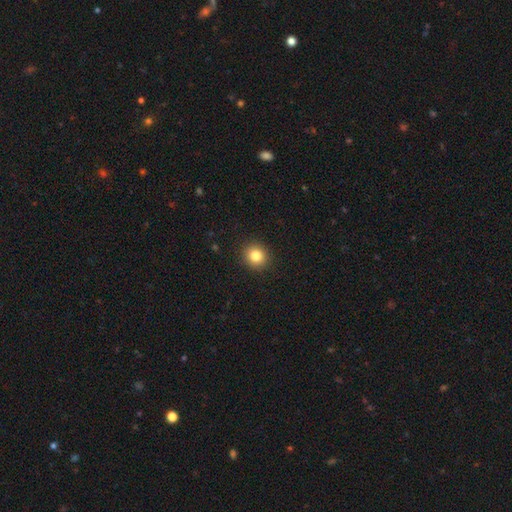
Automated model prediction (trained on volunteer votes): smooth 83%, star or artifact 11%, featured or disk 6%. Down the decision tree: how rounded — round (85%); merging — none (92%).